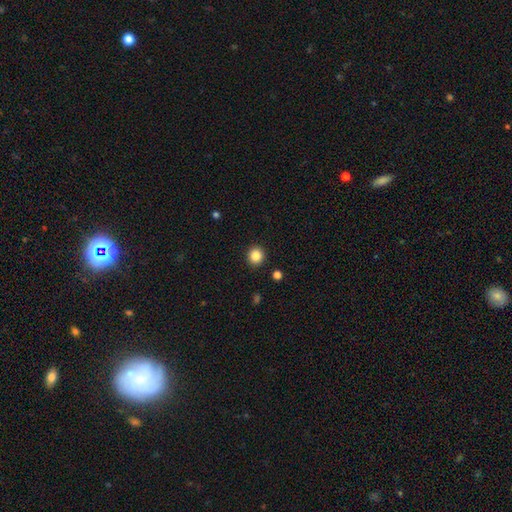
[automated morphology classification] Overall: smooth (86%). How rounded: round (91%). Merging: none (91%).